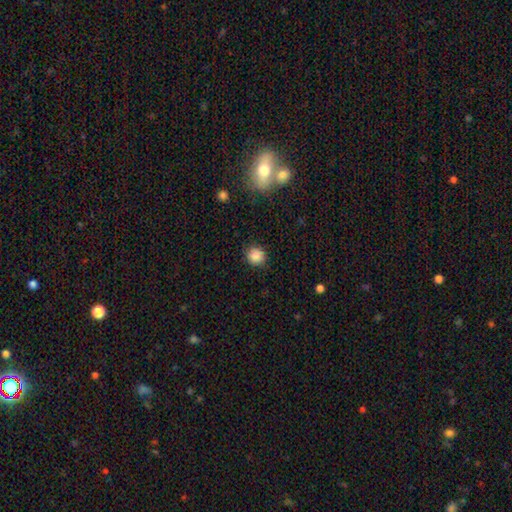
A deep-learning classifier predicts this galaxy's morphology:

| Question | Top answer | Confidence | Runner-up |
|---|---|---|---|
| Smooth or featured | smooth | 84% | star or artifact (11%) |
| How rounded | round | 86% | in between (13%) |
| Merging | none | 88% | minor disturbance (8%) |